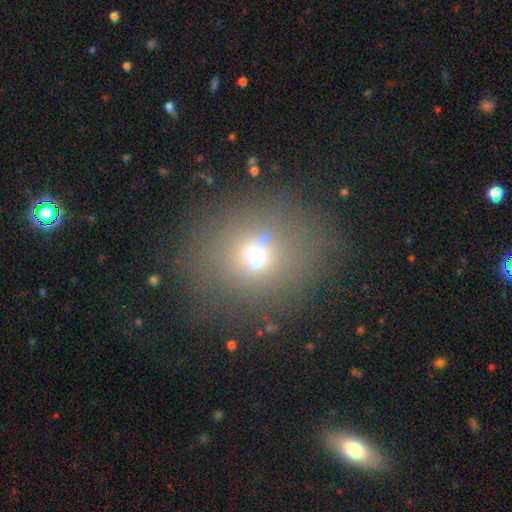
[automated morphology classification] Smooth or featured?
  - smooth: 56% *
  - star or artifact: 26%
  - featured or disk: 17%
How rounded?
  - round: 79% *
  - in between: 19%
  - cigar-shaped: 2%
Merging?
  - none: 75% *
  - minor disturbance: 12%
  - major disturbance: 9%
  - merger: 4%